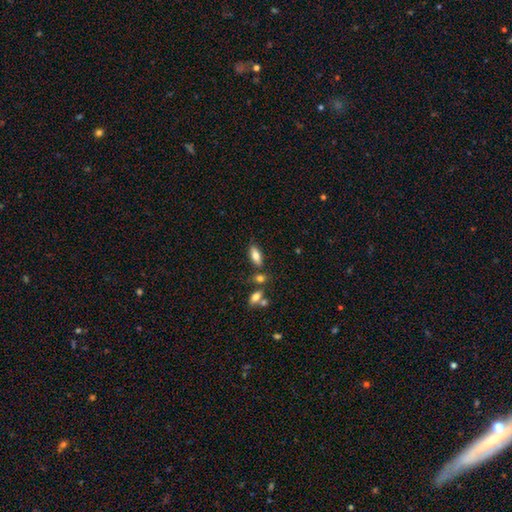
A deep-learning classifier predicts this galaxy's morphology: Q: Smooth or featured?
A: smooth (79%); runner-up: featured or disk (14%)
Q: How rounded?
A: in between (83%); runner-up: cigar-shaped (14%)
Q: Merging?
A: none (72%); runner-up: minor disturbance (13%)